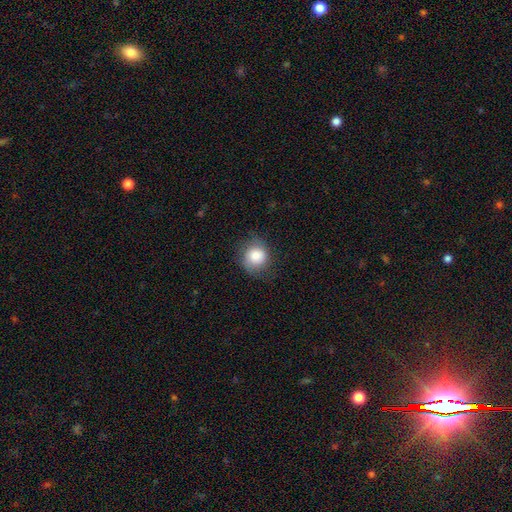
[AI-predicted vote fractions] Smooth or featured?
  - smooth: 78% *
  - featured or disk: 14%
  - star or artifact: 8%
How rounded?
  - round: 80% *
  - in between: 19%
  - cigar-shaped: 1%
Merging?
  - none: 69% *
  - minor disturbance: 22%
  - major disturbance: 8%
  - merger: 1%